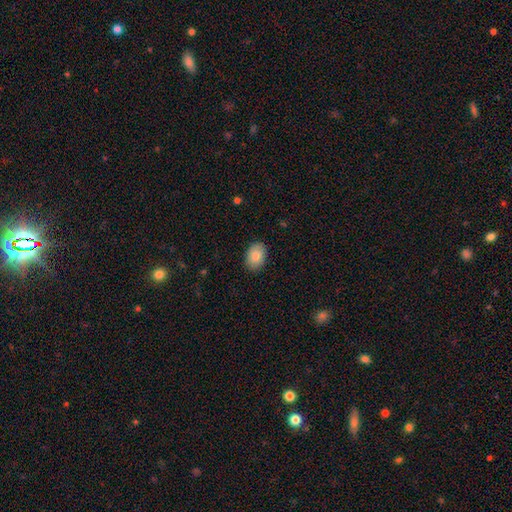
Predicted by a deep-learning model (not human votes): A smooth galaxy with no disk features (88%) that is in between round and cigar-shaped (86%).

Vote fractions:
- Smooth or featured? smooth: 88% / star or artifact: 6% / featured or disk: 5%
- How rounded? in between: 86% / round: 13% / cigar-shaped: 1%
- Merging? none: 88% / minor disturbance: 9% / major disturbance: 2% / merger: 1%